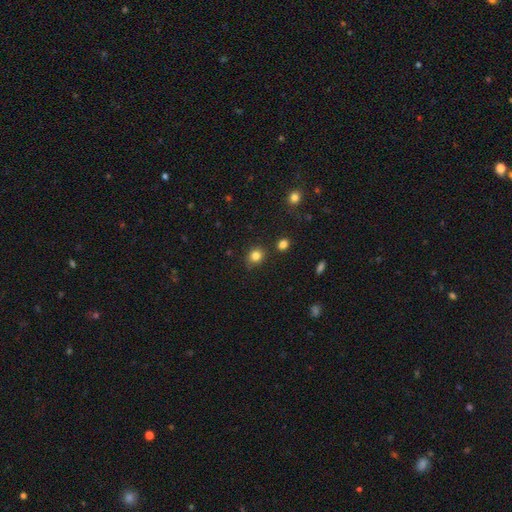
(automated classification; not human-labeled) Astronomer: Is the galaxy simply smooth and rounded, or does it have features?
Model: smooth — 82%.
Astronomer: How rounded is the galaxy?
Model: round — 74%.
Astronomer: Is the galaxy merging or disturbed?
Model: none — 81%.